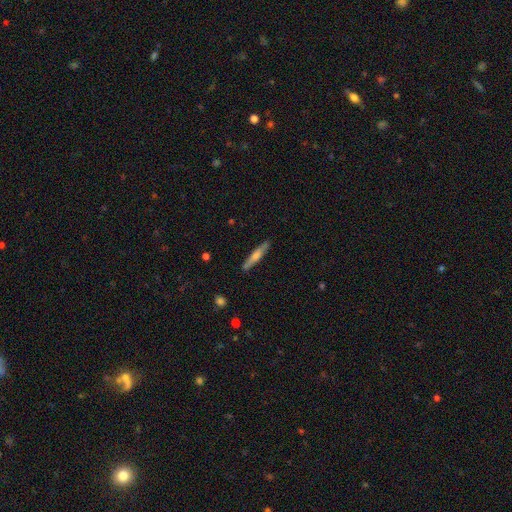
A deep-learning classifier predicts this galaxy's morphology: A smooth galaxy with no disk features (50%) that is cigar-shaped (92%). Merging: none (88%).